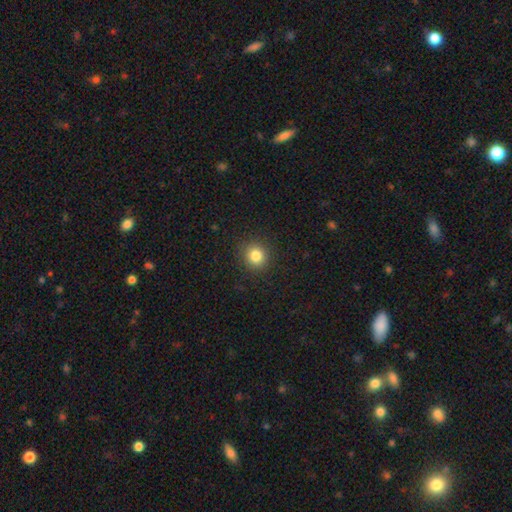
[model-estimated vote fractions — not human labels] A smooth galaxy with no disk features (82%) that is round (88%).

Vote fractions:
- Smooth or featured? smooth: 82% / star or artifact: 12% / featured or disk: 6%
- How rounded? round: 88% / in between: 11% / cigar-shaped: 1%
- Merging? none: 91% / minor disturbance: 6% / major disturbance: 2% / merger: 1%